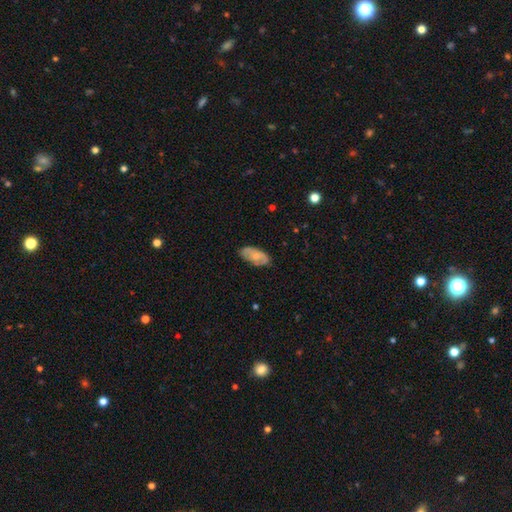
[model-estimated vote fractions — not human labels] A smooth galaxy with no disk features (55%) that is in between round and cigar-shaped (91%).

Vote fractions:
- Smooth or featured? smooth: 55% / featured or disk: 39% / star or artifact: 7%
- How rounded? in between: 91% / cigar-shaped: 5% / round: 4%
- Merging? none: 76% / minor disturbance: 19% / major disturbance: 4% / merger: 1%